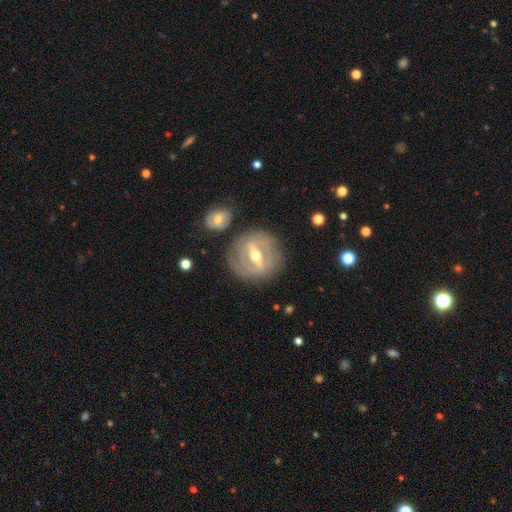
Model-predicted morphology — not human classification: This appears to be a featured or disk galaxy (83%) with a strong bar (68%), 2 (49%) tight (62%) spiral arms (69%) and a moderate central bulge (74%). Merging: none (78%).